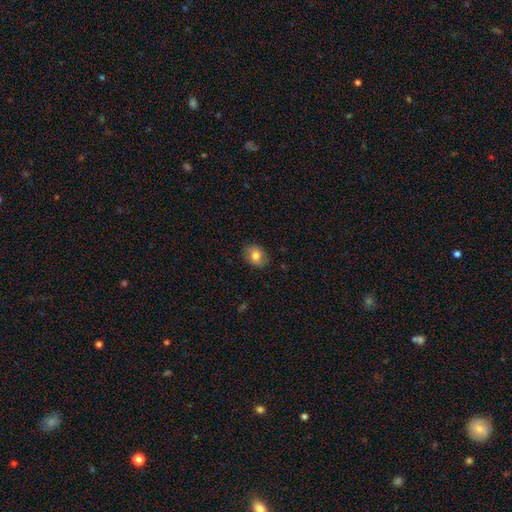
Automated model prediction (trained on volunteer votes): A smooth galaxy with no disk features (79%) that is in between round and cigar-shaped (63%). Merging: none (83%).